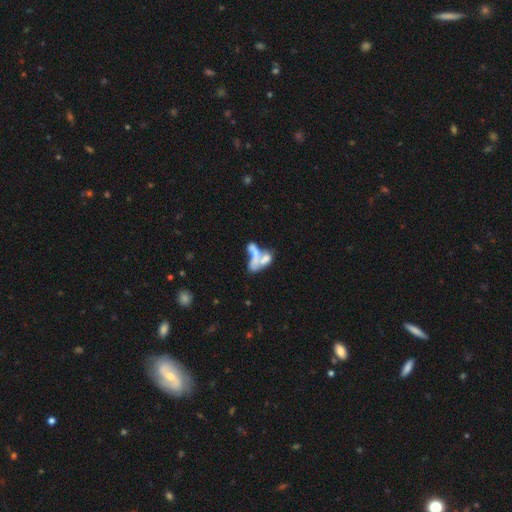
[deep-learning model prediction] smooth-or-featured: featured or disk: 49% | smooth: 39% | star or artifact: 13%
  merging: merger: 63% | major disturbance: 16% | none: 13% | minor disturbance: 8%